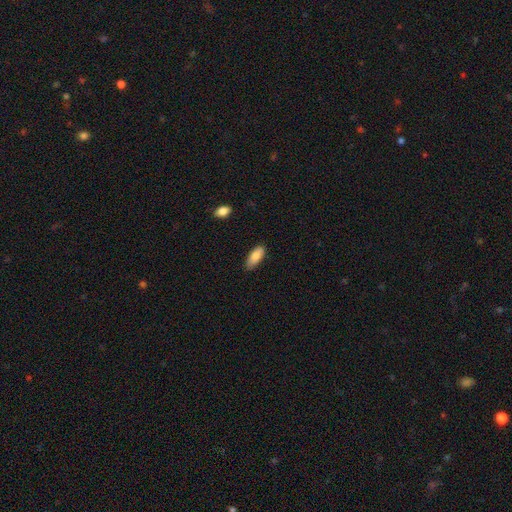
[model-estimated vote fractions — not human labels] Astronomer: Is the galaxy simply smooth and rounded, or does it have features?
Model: smooth — 83%.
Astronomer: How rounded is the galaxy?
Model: in between — 82%.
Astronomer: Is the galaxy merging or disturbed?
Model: none — 80%.